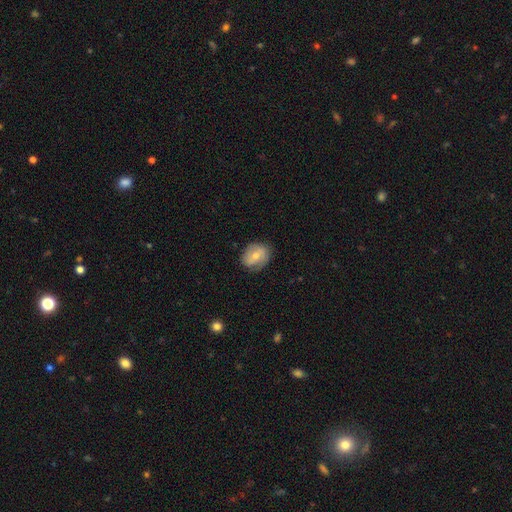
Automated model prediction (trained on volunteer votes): Smooth or featured? Predicted: smooth (p=0.54). How rounded? Predicted: round (p=0.55). Merging? Predicted: none (p=0.74).